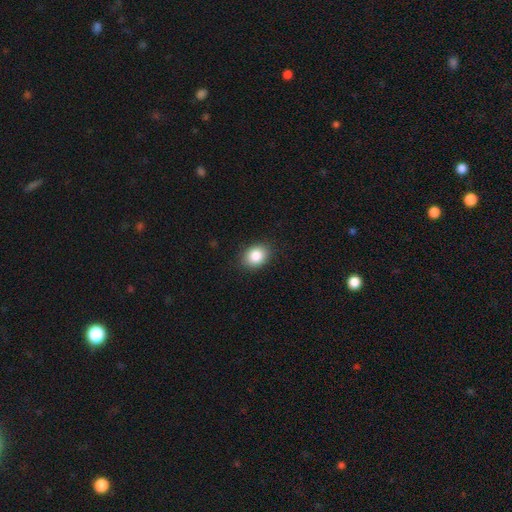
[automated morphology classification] Smooth or featured: smooth — 86% (star or artifact — 9%)
How rounded: in between — 55% (round — 44%)
Merging: none — 88% (minor disturbance — 9%)